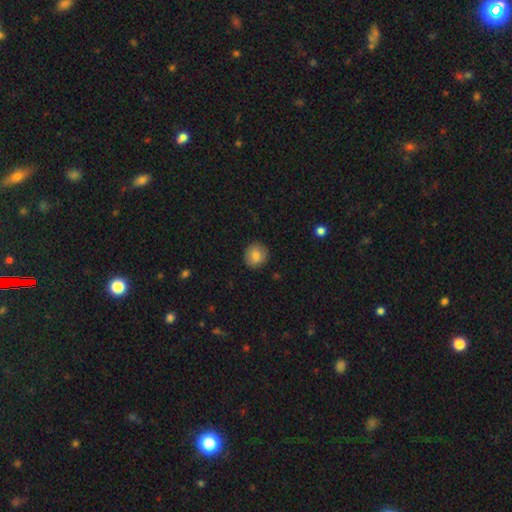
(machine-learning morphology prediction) type=smooth (82%); roundness=round (91%); merging=none (90%).